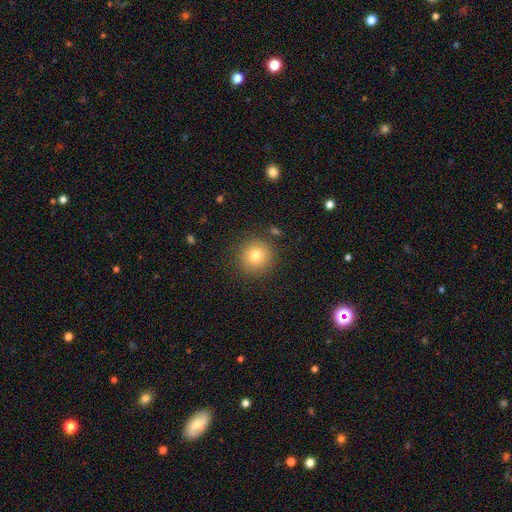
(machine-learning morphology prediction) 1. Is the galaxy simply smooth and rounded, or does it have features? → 78% smooth, 12% star or artifact, 10% featured or disk.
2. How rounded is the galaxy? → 94% round, 5% in between, 1% cigar-shaped.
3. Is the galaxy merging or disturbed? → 88% none, 7% minor disturbance, 3% major disturbance, 2% merger.